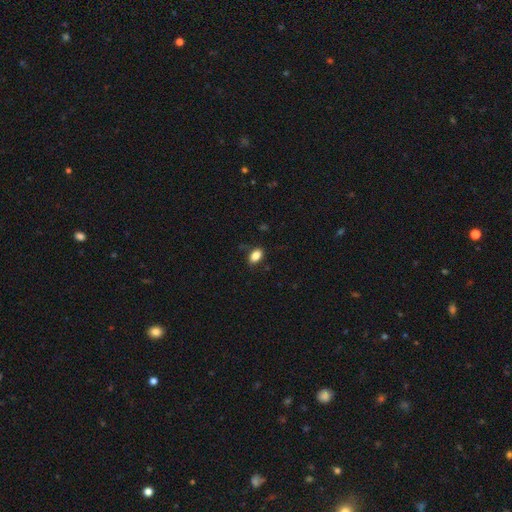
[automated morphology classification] Smooth or featured? smooth (85%)
How rounded? in between (88%)
Merging? none (81%)